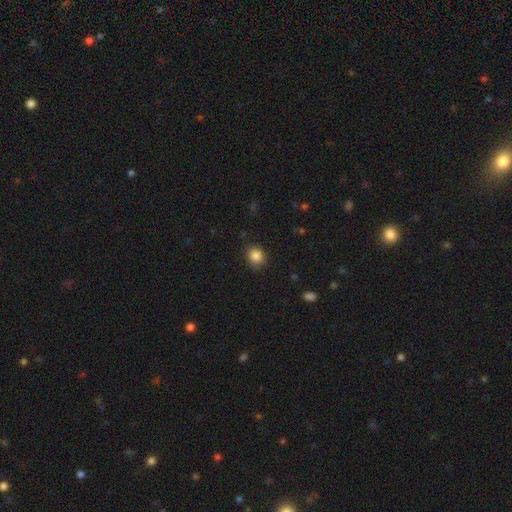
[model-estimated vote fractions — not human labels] Smooth or featured? smooth (86%)
How rounded? round (75%)
Merging? none (82%)